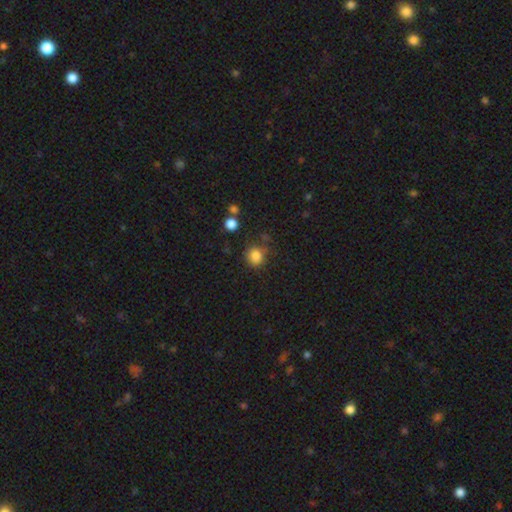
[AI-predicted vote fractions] smooth 84%, star or artifact 12%, featured or disk 5%. Down the decision tree: how rounded — round (85%); merging — none (75%).